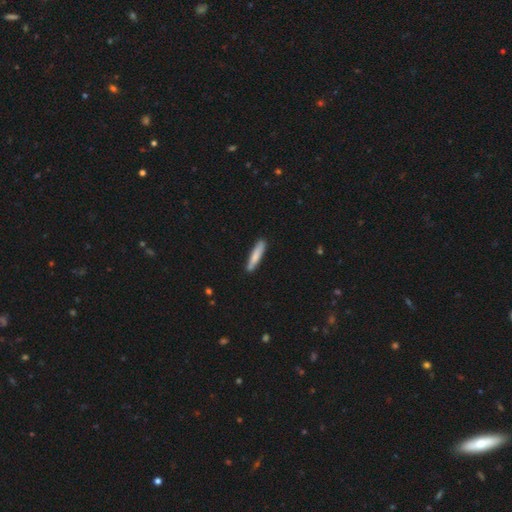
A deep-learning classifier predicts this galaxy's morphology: smooth-or-featured: smooth: 77% | featured or disk: 18% | star or artifact: 5%
  how-rounded: cigar-shaped: 89% | in between: 9% | round: 1%
  merging: none: 82% | minor disturbance: 13% | merger: 2% | major disturbance: 2%